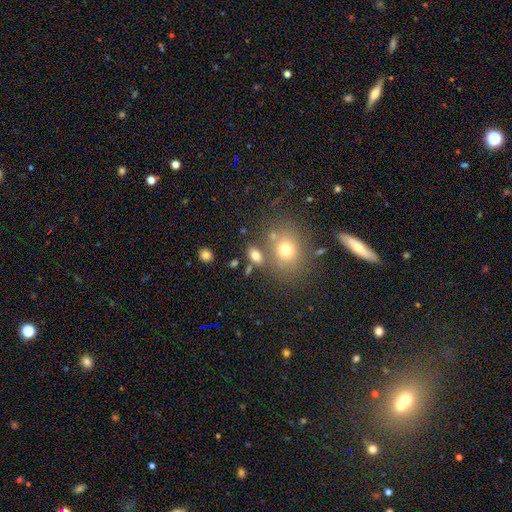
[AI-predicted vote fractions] Morphology: type=smooth (71%); roundness=in between (79%); merging=none (66%).